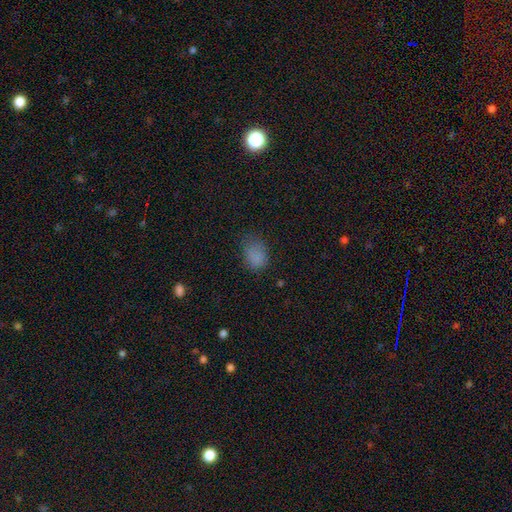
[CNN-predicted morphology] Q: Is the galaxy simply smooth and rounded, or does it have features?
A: smooth — 80%.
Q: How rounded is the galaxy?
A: in between — 68%.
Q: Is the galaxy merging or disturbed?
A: none — 55%.